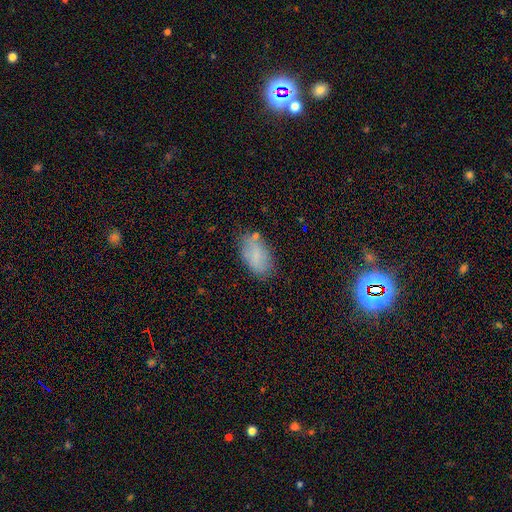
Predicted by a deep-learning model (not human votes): This is likely a smooth galaxy (76%). How rounded: clearly in between (93%). Merging: likely none (69%).